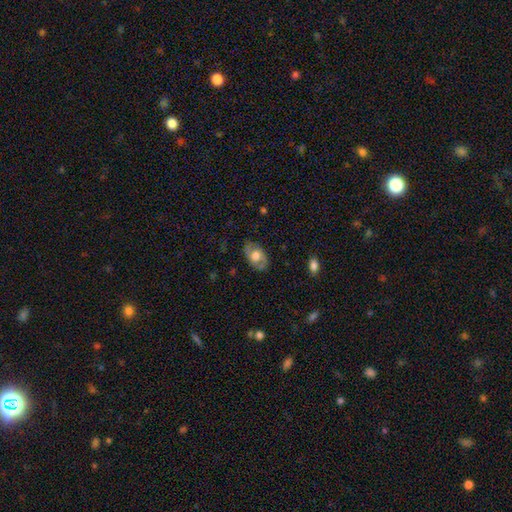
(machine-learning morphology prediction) Q: Smooth or featured?
A: smooth (48%); runner-up: featured or disk (45%)
Q: Merging?
A: none (78%); runner-up: minor disturbance (16%)